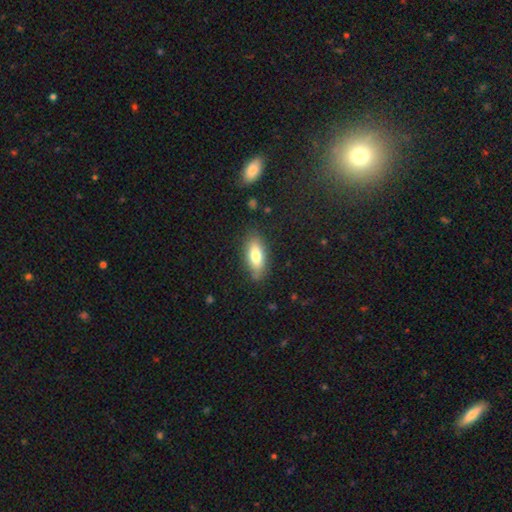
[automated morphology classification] Smooth or featured? Predicted: smooth (p=0.74). How rounded? Predicted: in between (p=0.79). Merging? Predicted: none (p=0.82).